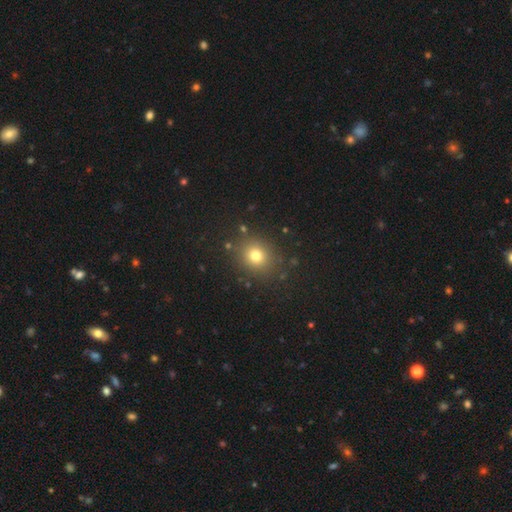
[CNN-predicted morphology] smooth 75%, star or artifact 17%, featured or disk 8%. Down the decision tree: how rounded — round (75%); merging — none (86%).